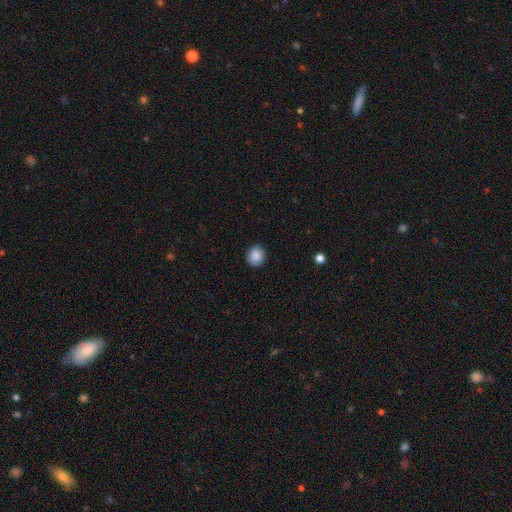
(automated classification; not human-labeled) Smooth or featured? smooth (88%)
How rounded? round (80%)
Merging? none (89%)